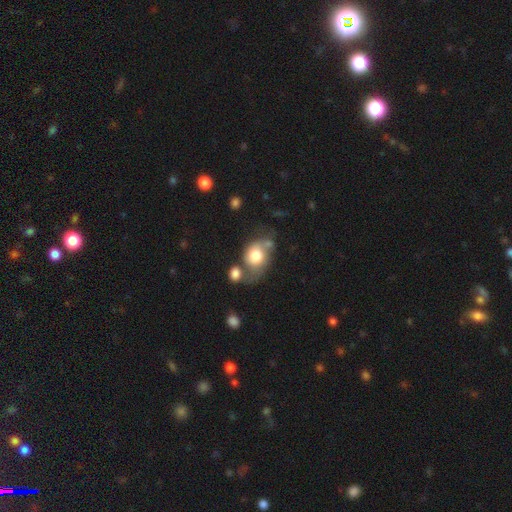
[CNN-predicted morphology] Smooth or featured? smooth (69%)
How rounded? in between (54%)
Merging? none (33%)